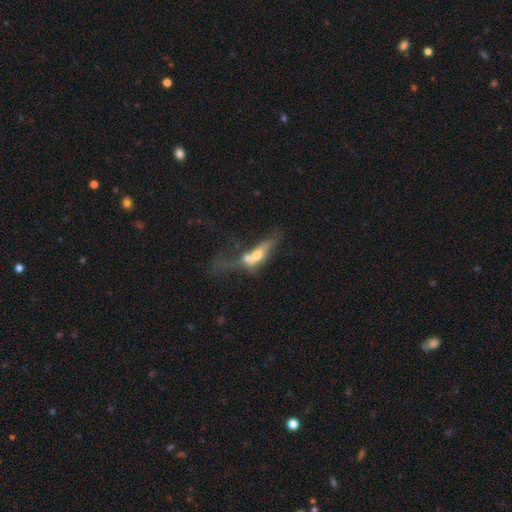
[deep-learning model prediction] smooth-or-featured: featured or disk: 49% | smooth: 40% | star or artifact: 10%
  merging: merger: 48% | major disturbance: 26% | none: 15% | minor disturbance: 11%